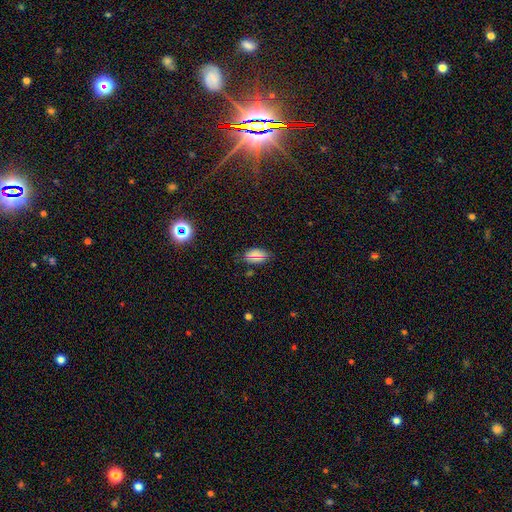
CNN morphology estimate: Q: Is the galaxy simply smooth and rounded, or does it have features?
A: smooth — 68%.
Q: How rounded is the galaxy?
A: in between — 92%.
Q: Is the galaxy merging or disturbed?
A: none — 74%.